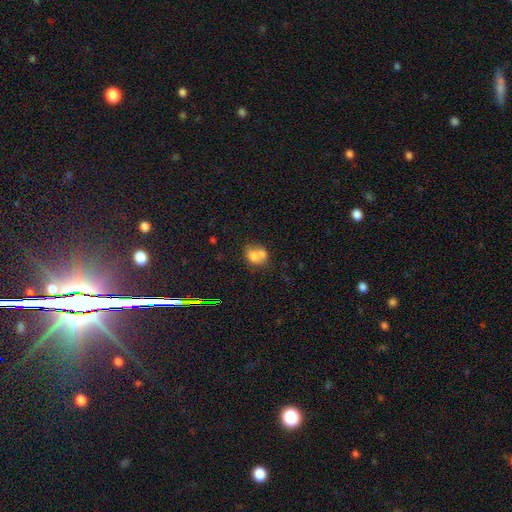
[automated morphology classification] Overall: smooth (69%). How rounded: round (53%; in between 46%). Merging: merger (58%; none 28%).